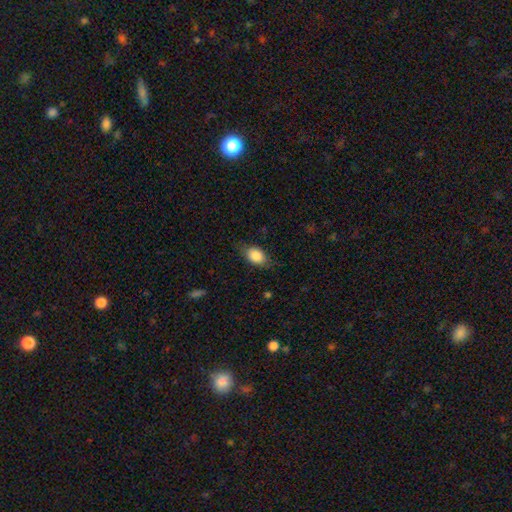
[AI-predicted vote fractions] smooth_or_featured: smooth (p=0.85) [alt: featured or disk p=0.08]
how_rounded: in between (p=0.82) [alt: round p=0.15]
merging: none (p=0.73) [alt: minor disturbance p=0.20]